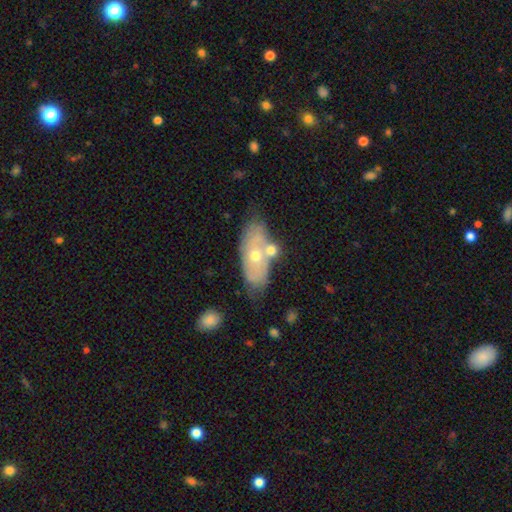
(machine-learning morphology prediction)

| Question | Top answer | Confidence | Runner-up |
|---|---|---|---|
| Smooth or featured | featured or disk | 50% | smooth (43%) |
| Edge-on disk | no | 86% | yes (14%) |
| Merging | none | 52% | minor disturbance (21%) |